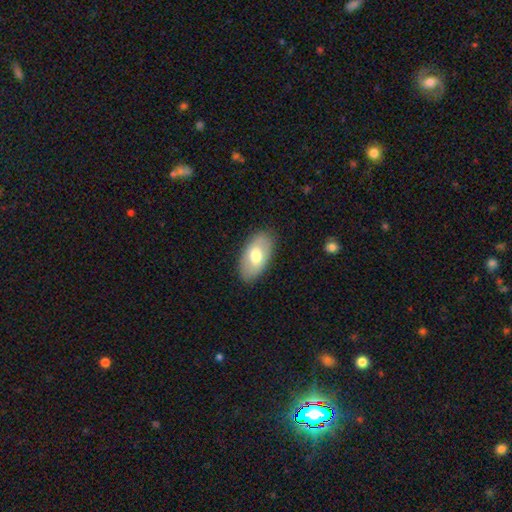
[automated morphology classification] Smooth or featured: smooth — 68% (featured or disk — 26%)
How rounded: in between — 94% (round — 4%)
Merging: none — 86% (minor disturbance — 11%)